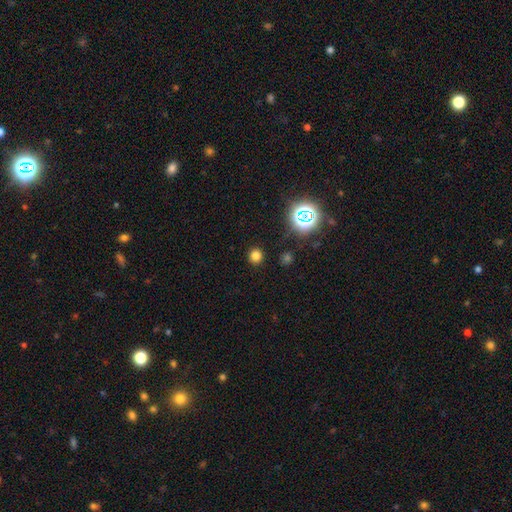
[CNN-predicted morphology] smooth_or_featured: smooth (p=0.75) [alt: star or artifact p=0.21]
how_rounded: round (p=0.90) [alt: in between p=0.10]
merging: none (p=0.90) [alt: minor disturbance p=0.06]